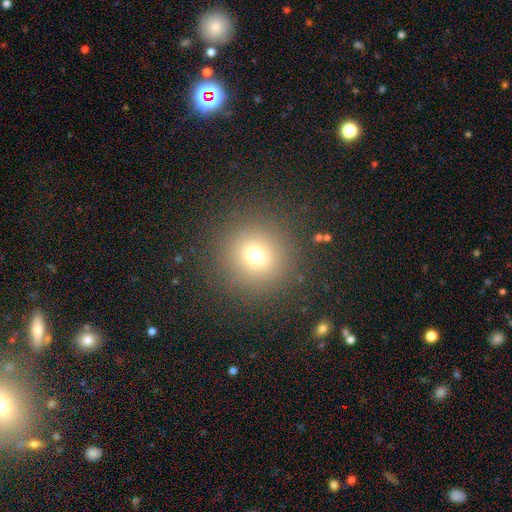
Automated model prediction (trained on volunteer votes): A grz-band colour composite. It shows a smooth galaxy with no disk features (71%) that is round (94%). Merging: none (89%).